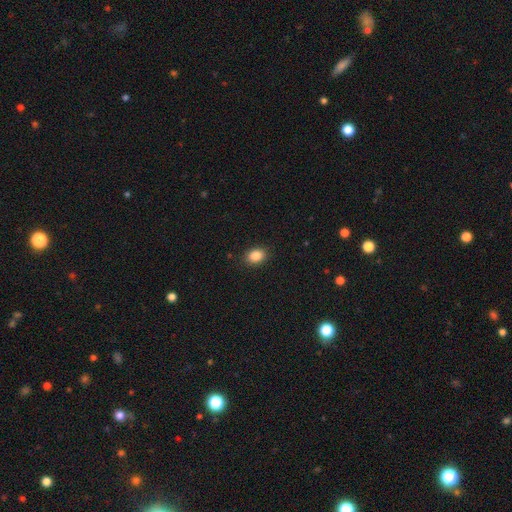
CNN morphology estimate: type=smooth (86%); roundness=in between (67%); merging=none (89%).